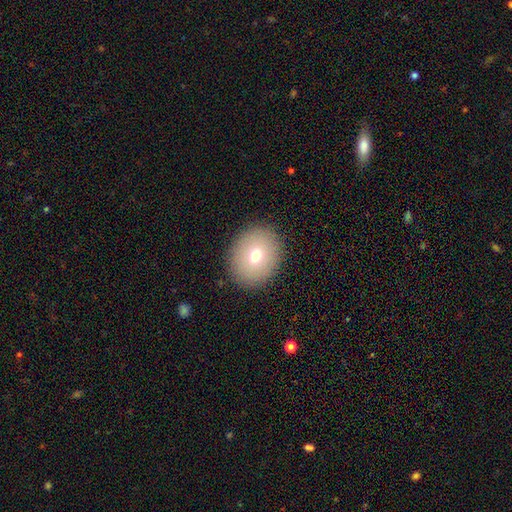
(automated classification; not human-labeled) A smooth galaxy with no disk features (71%) that is round (62%). Merging: none (89%).